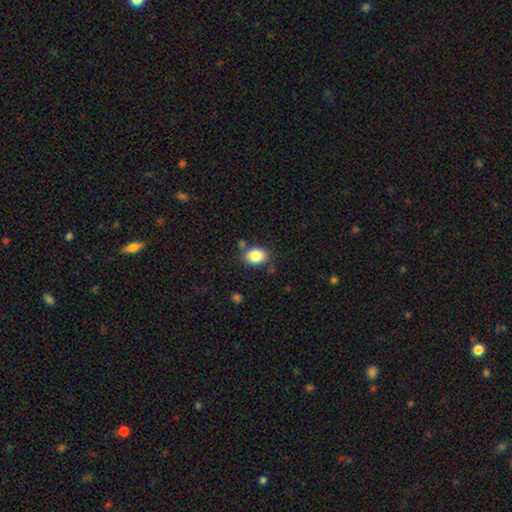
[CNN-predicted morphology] This is clearly a smooth galaxy (85%). How rounded: likely in between (69%). Merging: likely none (75%).